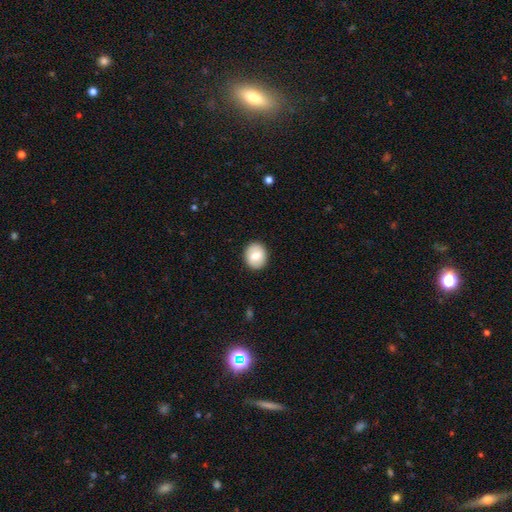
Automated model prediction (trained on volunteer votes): The model was most divided on "how rounded": round: 60%, in between: 40%, cigar-shaped: 1%. More confident: merging — none (90%); smooth or featured — smooth (77%).